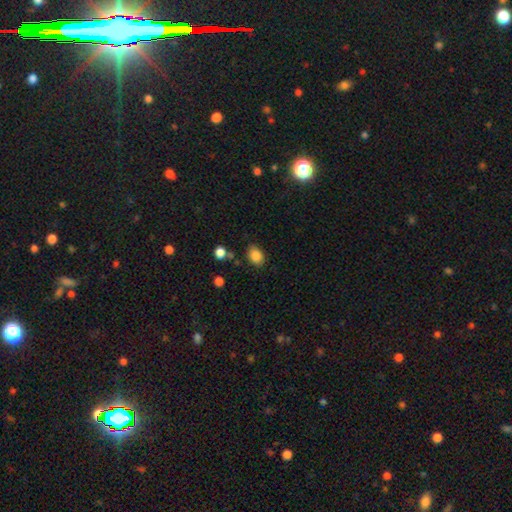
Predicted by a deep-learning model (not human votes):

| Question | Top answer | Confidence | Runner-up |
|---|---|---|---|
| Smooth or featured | smooth | 85% | star or artifact (10%) |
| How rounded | in between | 67% | round (32%) |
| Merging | none | 77% | minor disturbance (15%) |